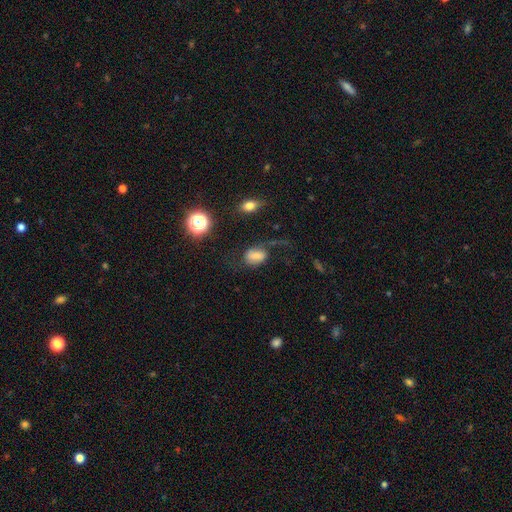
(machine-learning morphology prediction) This is possibly a smooth galaxy (57%). How rounded: likely in between (77%). Merging: marginally none (41%).